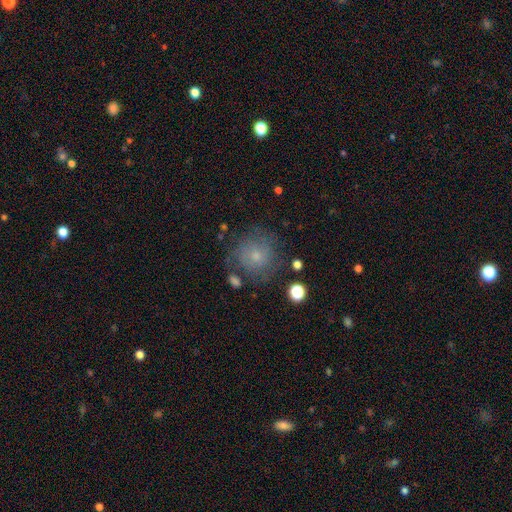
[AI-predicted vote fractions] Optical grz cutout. It shows a smooth galaxy with no disk features (54%) that is round (90%). Merging: none (67%).